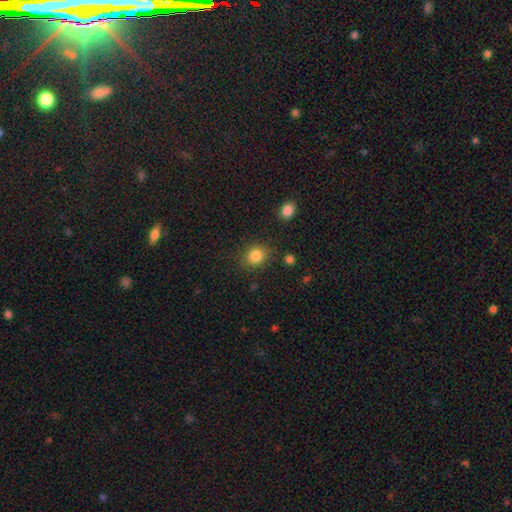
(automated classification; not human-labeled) The model was most divided on "how rounded": round: 68%, in between: 31%, cigar-shaped: 1%. More confident: smooth or featured — smooth (85%); merging — none (84%).